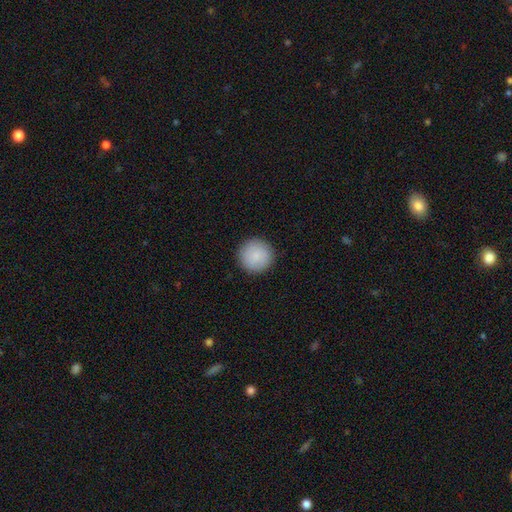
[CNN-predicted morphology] Smooth or featured: smooth — 88% (featured or disk — 6%)
How rounded: round — 96% (in between — 3%)
Merging: none — 91% (minor disturbance — 6%)